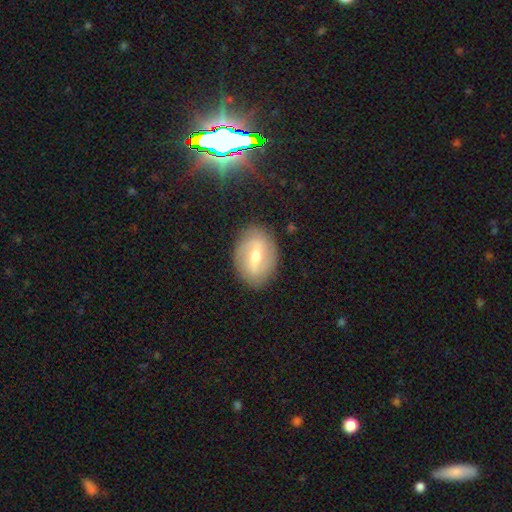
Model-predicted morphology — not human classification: Smooth or featured? featured or disk (62%)
Edge-on disk? no (93%)
Bar? weak (46%)
Spiral arms? yes (66%)
Bulge size? moderate (71%)
Merging? none (83%)